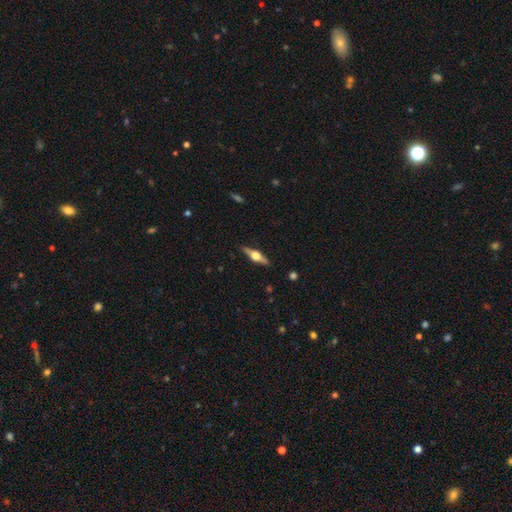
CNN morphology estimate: Q: Smooth or featured?
A: featured or disk (70%); runner-up: smooth (25%)
Q: Edge-on disk?
A: yes (97%); runner-up: no (3%)
Q: Edge-on bulge?
A: rounded (95%); runner-up: boxy (4%)
Q: Merging?
A: none (89%); runner-up: minor disturbance (8%)